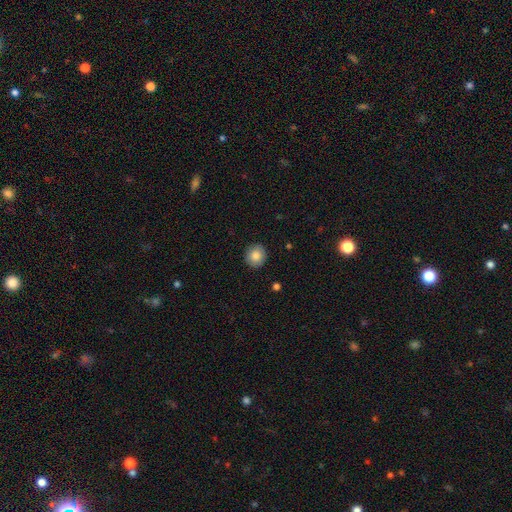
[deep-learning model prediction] A smooth galaxy with no disk features (84%) that is round (89%). Merging: none (91%).